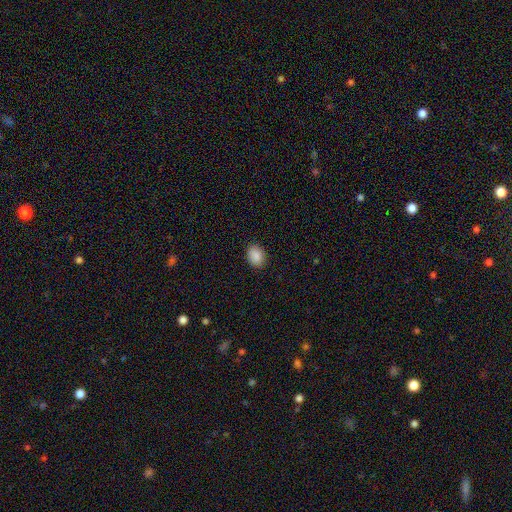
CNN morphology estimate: smooth-or-featured: smooth: 89% | star or artifact: 8% | featured or disk: 3%
  how-rounded: in between: 68% | round: 31% | cigar-shaped: 1%
  merging: none: 89% | minor disturbance: 8% | major disturbance: 2% | merger: 1%